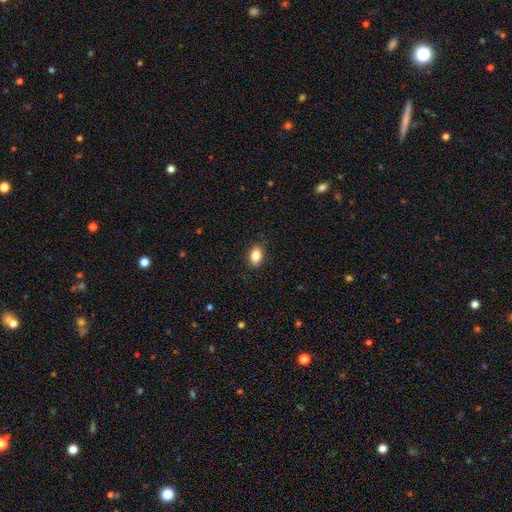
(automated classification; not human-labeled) This is clearly a smooth galaxy (85%). How rounded: likely in between (80%). Merging: clearly none (88%).